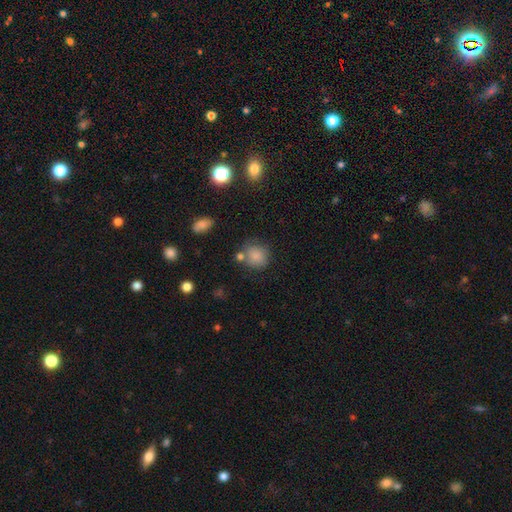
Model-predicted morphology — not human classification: Q: Smooth or featured?
A: smooth (82%); runner-up: star or artifact (11%)
Q: How rounded?
A: round (81%); runner-up: in between (18%)
Q: Merging?
A: none (66%); runner-up: minor disturbance (15%)